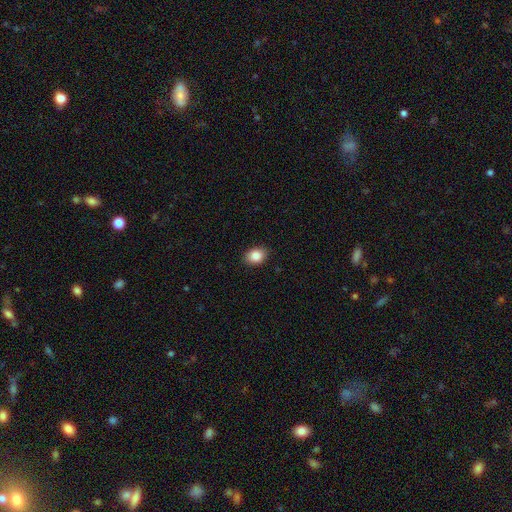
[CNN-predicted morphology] This appears to be a smooth galaxy with no disk features (88%) that is in between round and cigar-shaped (66%). Merging: none (87%).